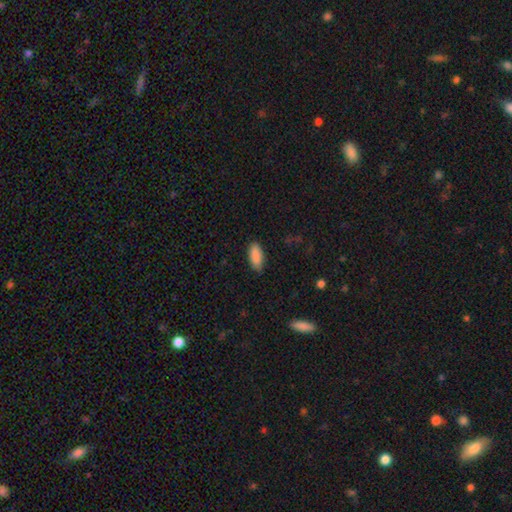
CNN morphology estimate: Smooth or featured? smooth (90%)
How rounded? in between (88%)
Merging? none (84%)